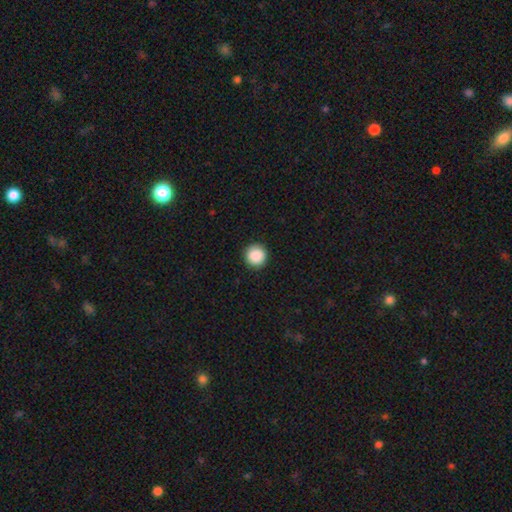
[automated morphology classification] type=smooth (89%); roundness=round (96%); merging=none (92%).